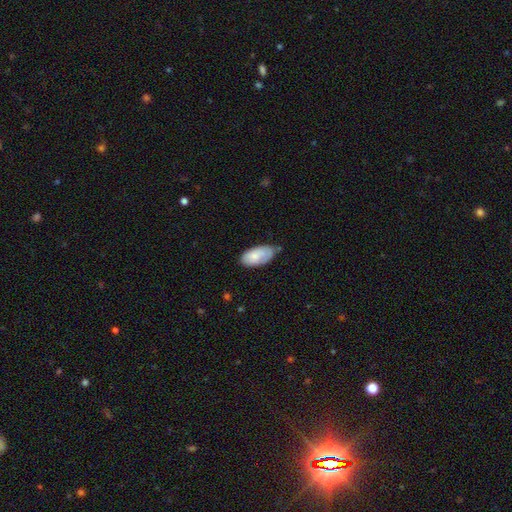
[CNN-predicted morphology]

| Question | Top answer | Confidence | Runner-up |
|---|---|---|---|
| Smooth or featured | smooth | 78% | featured or disk (16%) |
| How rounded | in between | 94% | cigar-shaped (3%) |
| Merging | none | 59% | minor disturbance (33%) |